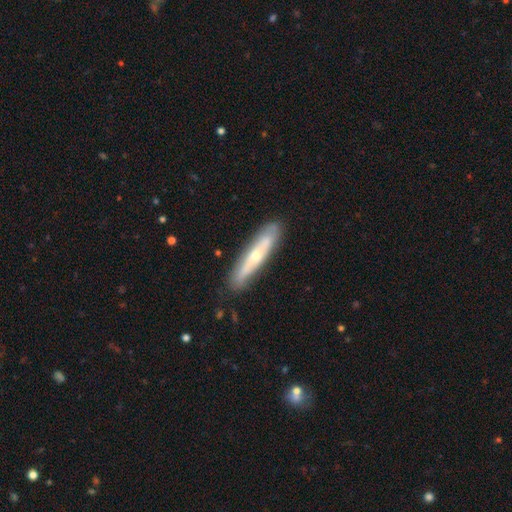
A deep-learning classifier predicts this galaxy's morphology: The model was most divided on "smooth or featured": featured or disk: 55%, smooth: 39%, star or artifact: 6%. More confident: merging — none (84%); edge-on disk — yes (67%).